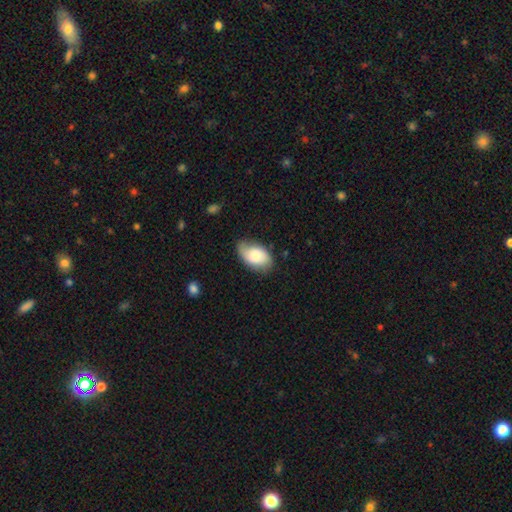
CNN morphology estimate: smooth-or-featured: smooth: 64% | featured or disk: 30% | star or artifact: 7%
  how-rounded: in between: 92% | round: 7% | cigar-shaped: 1%
  merging: none: 67% | minor disturbance: 25% | major disturbance: 6% | merger: 2%